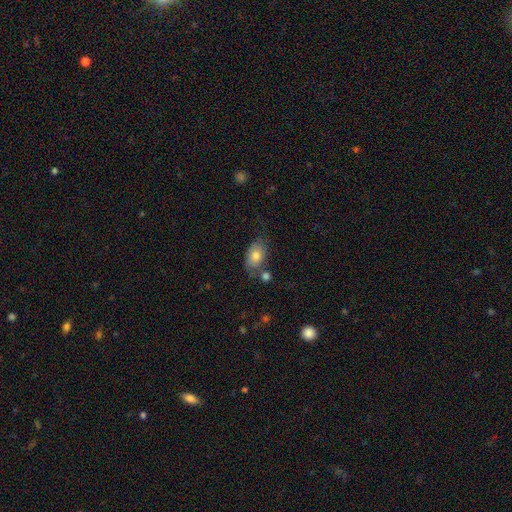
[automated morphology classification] Q: Smooth or featured?
A: smooth (75%); runner-up: featured or disk (17%)
Q: How rounded?
A: in between (86%); runner-up: round (12%)
Q: Merging?
A: none (56%); runner-up: minor disturbance (22%)